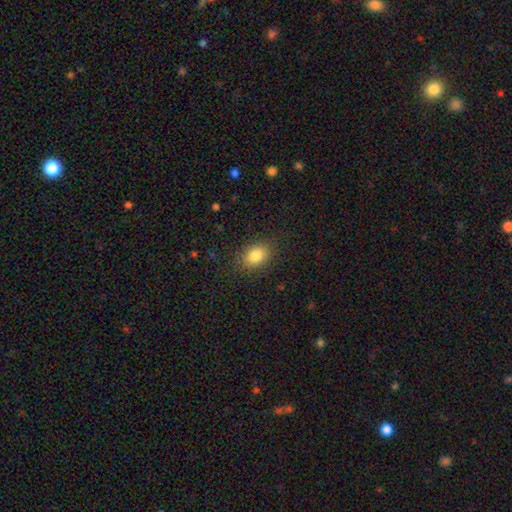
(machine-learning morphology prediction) type=smooth (84%); roundness=in between (78%); merging=none (85%).